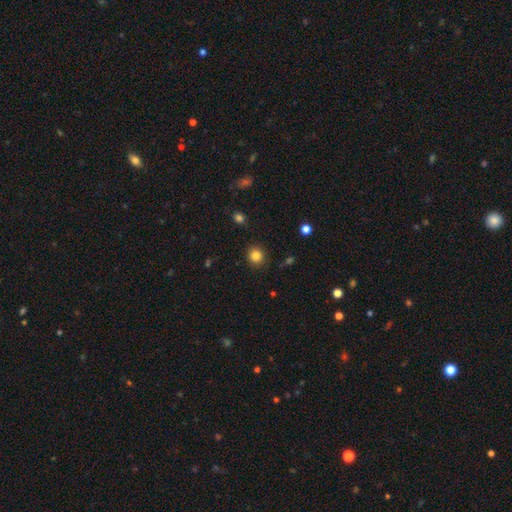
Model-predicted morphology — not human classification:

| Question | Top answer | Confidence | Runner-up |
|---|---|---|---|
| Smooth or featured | smooth | 84% | star or artifact (11%) |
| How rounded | round | 89% | in between (10%) |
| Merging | none | 89% | minor disturbance (7%) |